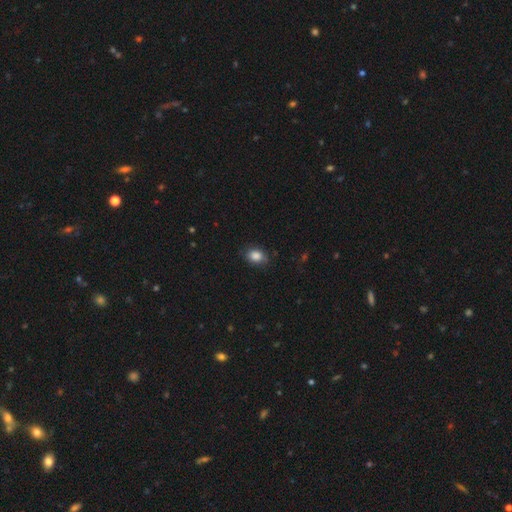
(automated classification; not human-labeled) Morphology: type=smooth (86%); roundness=in between (68%); merging=none (79%).